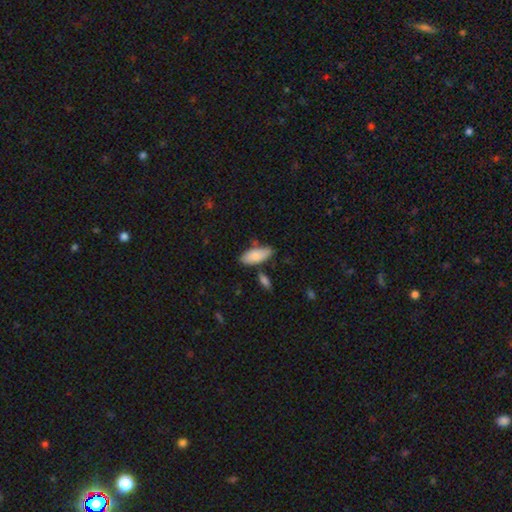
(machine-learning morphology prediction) smooth 83%, featured or disk 11%, star or artifact 6%. Down the decision tree: how rounded — in between (86%); merging — none (67%).